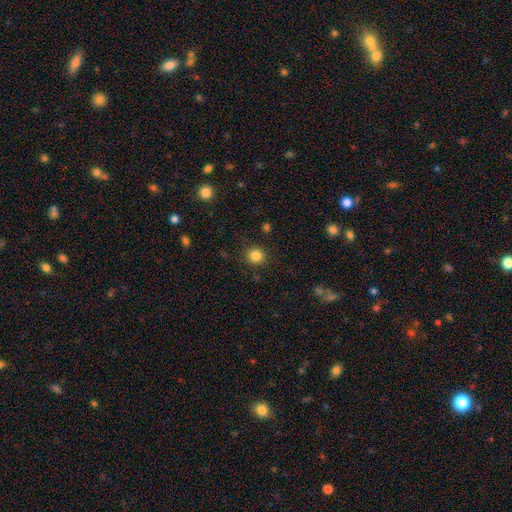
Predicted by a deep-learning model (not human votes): Overall: smooth (84%). How rounded: round (90%). Merging: none (89%).